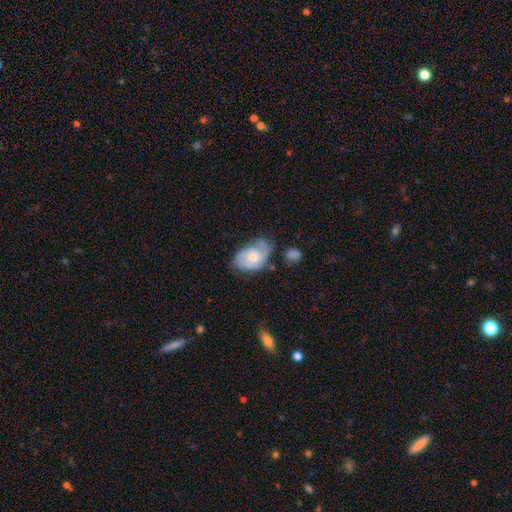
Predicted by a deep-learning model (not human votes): Overall: featured or disk (61%; smooth 32%). Edge-on disk: no (96%). Bar: no (74%). Spiral arms: yes (82%). Bulge size: moderate (57%; small 37%). Merging: none (53%; minor disturbance 31%).